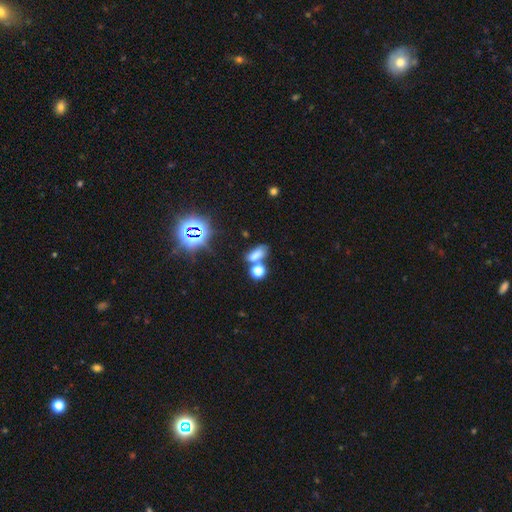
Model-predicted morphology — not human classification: A smooth galaxy with no disk features (63%) that is in between round and cigar-shaped (77%). Merging: none (46%).